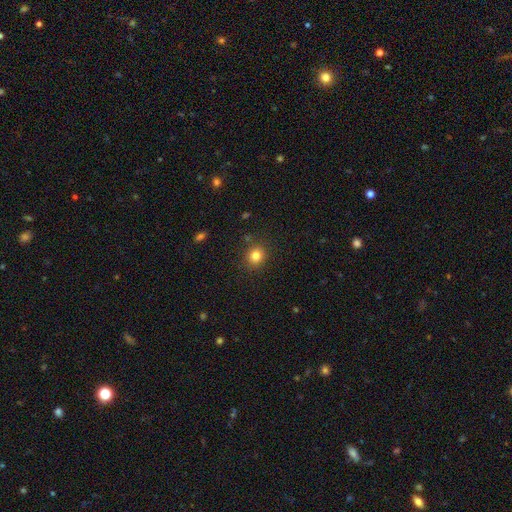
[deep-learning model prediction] Overall: smooth (82%). How rounded: round (77%). Merging: none (86%).